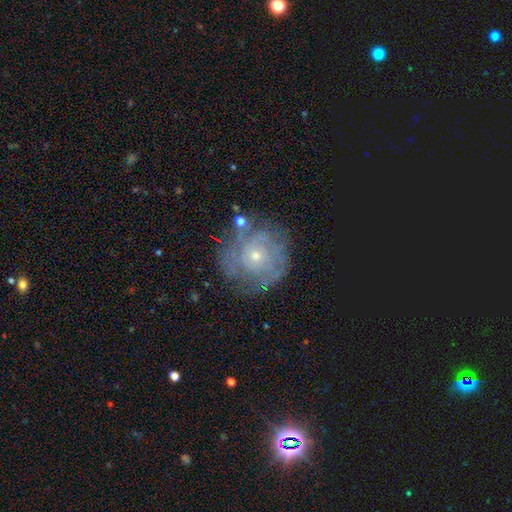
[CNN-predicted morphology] smooth_or_featured: featured or disk (p=0.75) [alt: smooth p=0.15]
disk_edge_on: no (p=0.97) [alt: yes p=0.03]
bar: no (p=0.82) [alt: weak p=0.15]
has_spiral_arms: yes (p=0.85) [alt: no p=0.15]
spiral_winding: tight (p=0.73) [alt: medium p=0.21]
spiral_arm_count: can't tell (p=0.48) [alt: 2 p=0.17]
bulge_size: small (p=0.68) [alt: moderate p=0.28]
merging: none (p=0.73) [alt: minor disturbance p=0.16]